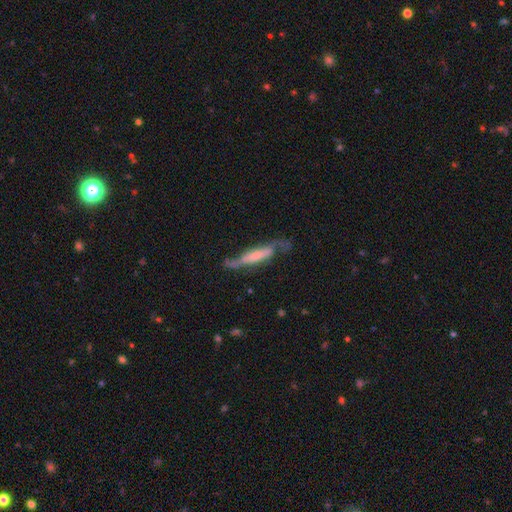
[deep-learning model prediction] featured or disk 64%, smooth 30%, star or artifact 6%. Down the decision tree: edge-on disk — yes (54%); merging — none (53%).